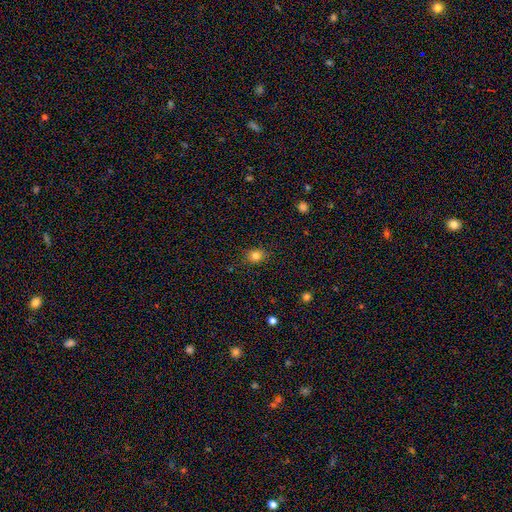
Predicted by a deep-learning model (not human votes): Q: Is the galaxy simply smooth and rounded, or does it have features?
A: smooth — 81%.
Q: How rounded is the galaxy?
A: round — 67%.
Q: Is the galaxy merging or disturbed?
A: none — 85%.